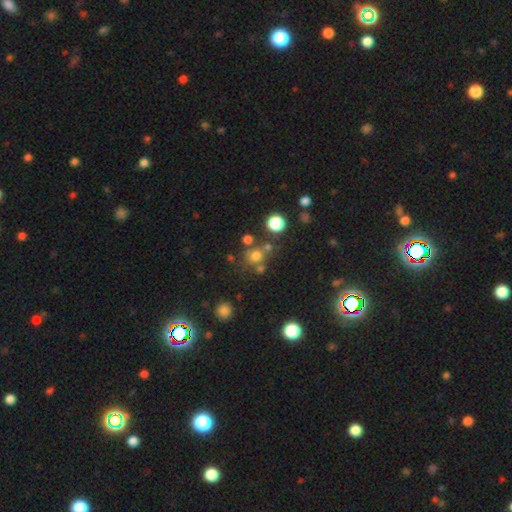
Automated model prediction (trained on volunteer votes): Smooth or featured: smooth — 69% (star or artifact — 21%)
How rounded: round — 85% (in between — 14%)
Merging: none — 66% (merger — 18%)